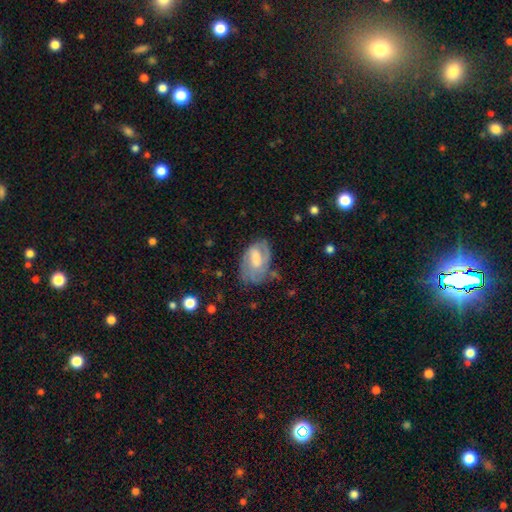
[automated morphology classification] A featured or disk galaxy (59%) with a weak bar (46%), spiral arms (73%) and a moderate central bulge (36%).

Vote fractions:
- Smooth or featured? featured or disk: 59% / smooth: 33% / star or artifact: 8%
- Edge-on disk? no: 95% / yes: 5%
- Bar? weak: 46% / no: 34% / strong: 20%
- Spiral arms? yes: 73% / no: 27%
- Bulge size? moderate: 36% / none: 23% / small: 19% / large: 19% / dominant: 2%
- Merging? none: 54% / minor disturbance: 28% / major disturbance: 15% / merger: 3%